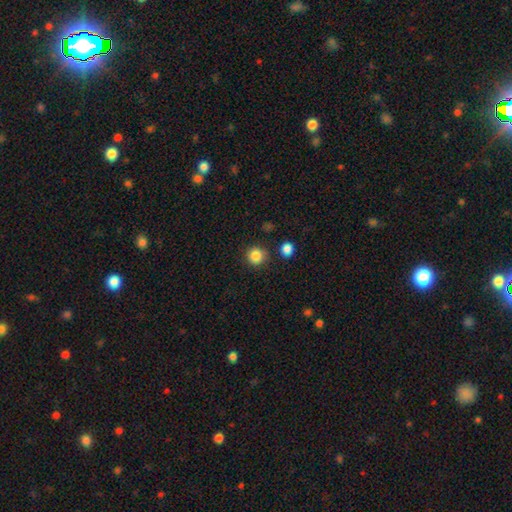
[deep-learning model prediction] The model was most divided on "smooth or featured": smooth: 86%, star or artifact: 10%, featured or disk: 4%. More confident: how rounded — round (93%); merging — none (86%).